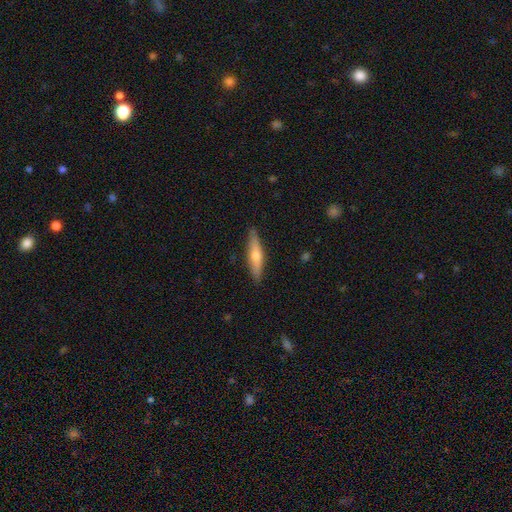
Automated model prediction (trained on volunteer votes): Q: Smooth or featured?
A: featured or disk (49%); runner-up: smooth (45%)
Q: Merging?
A: none (89%); runner-up: minor disturbance (9%)